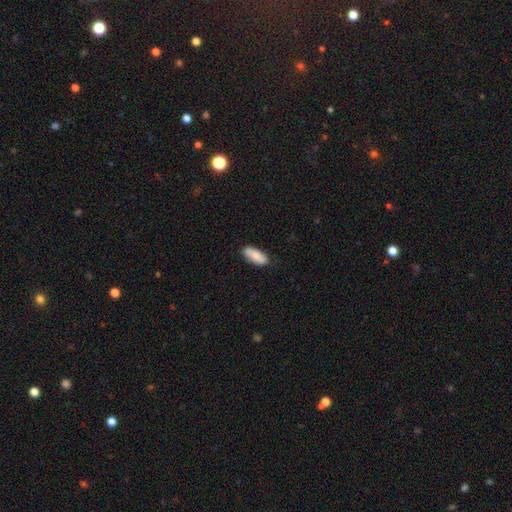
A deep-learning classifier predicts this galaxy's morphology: Smooth or featured? smooth (76%)
How rounded? in between (76%)
Merging? none (81%)